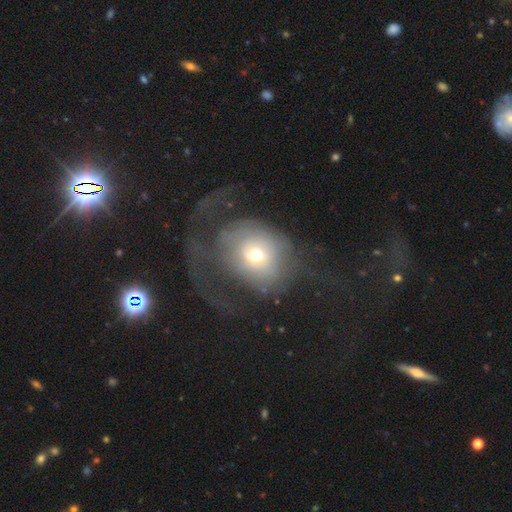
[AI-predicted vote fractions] This appears to be a smooth galaxy with no disk features (48%). Merging: major disturbance (64%).